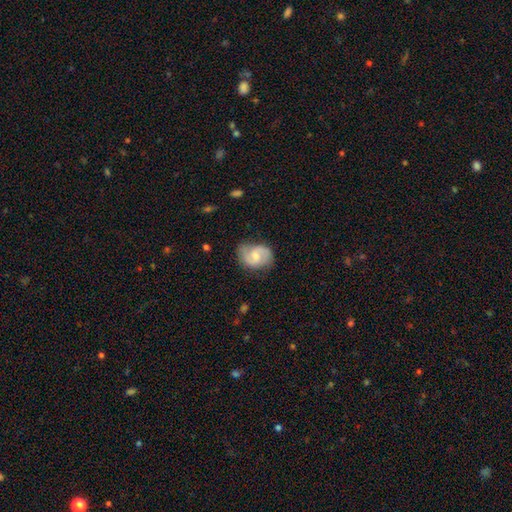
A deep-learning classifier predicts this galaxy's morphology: This is likely a featured or disk galaxy (69%). It is clearly not viewed edge-on (98%). Bar: possibly weak (52%). Spiral arm pattern: clearly yes (93%). Spiral arm count: clearly 2 (87%). Spiral winding: possibly medium (52%). Central bulge: possibly moderate (47%). Merging: likely none (71%).